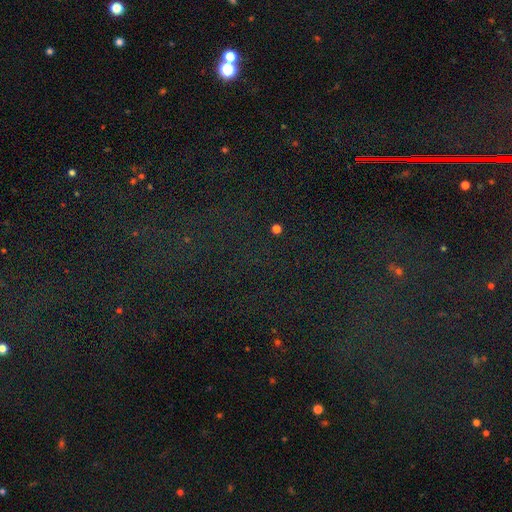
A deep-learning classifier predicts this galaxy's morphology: type=star or artifact (79%).